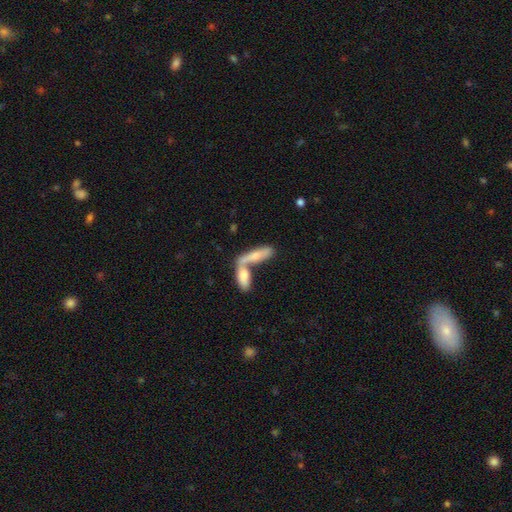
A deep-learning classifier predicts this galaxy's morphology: This appears to be a smooth galaxy with no disk features (71%) that is cigar-shaped (54%). Merging: merger (63%).